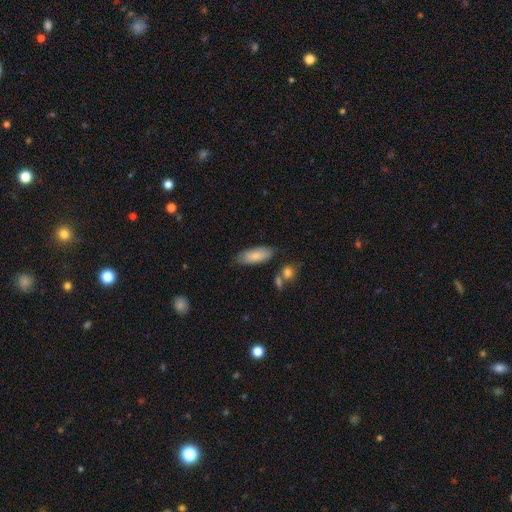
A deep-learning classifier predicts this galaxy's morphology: Q: Smooth or featured?
A: smooth (82%); runner-up: featured or disk (12%)
Q: How rounded?
A: in between (80%); runner-up: cigar-shaped (18%)
Q: Merging?
A: none (76%); runner-up: minor disturbance (16%)